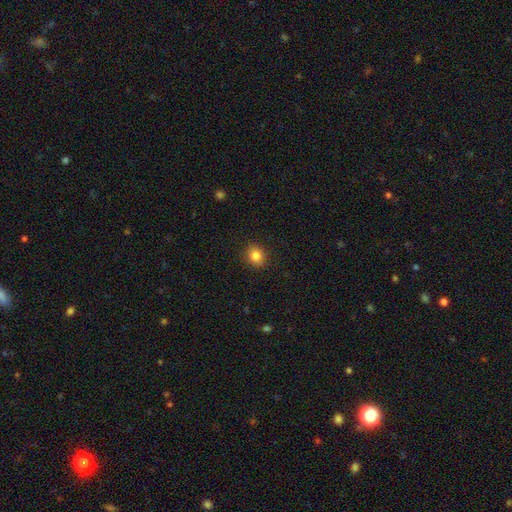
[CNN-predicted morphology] Q: Smooth or featured?
A: smooth (84%); runner-up: star or artifact (10%)
Q: How rounded?
A: round (71%); runner-up: in between (28%)
Q: Merging?
A: none (90%); runner-up: minor disturbance (7%)